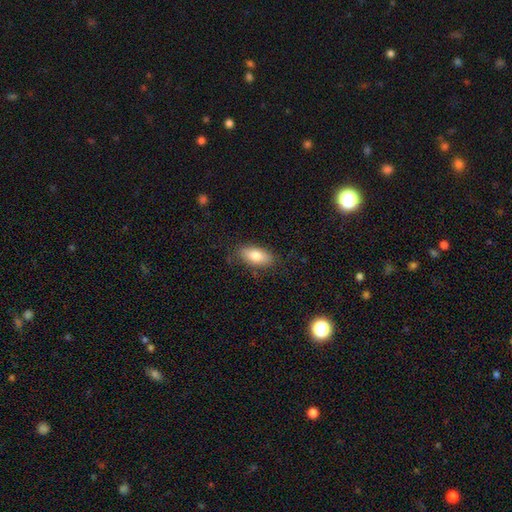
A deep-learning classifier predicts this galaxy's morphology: smooth_or_featured: smooth (p=0.79) [alt: featured or disk p=0.14]
how_rounded: in between (p=0.87) [alt: cigar-shaped p=0.10]
merging: none (p=0.82) [alt: minor disturbance p=0.13]